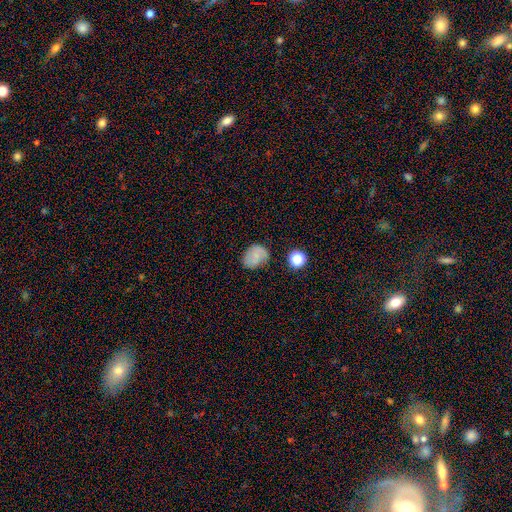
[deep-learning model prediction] Smooth or featured? smooth (67%)
How rounded? round (50%)
Merging? none (67%)